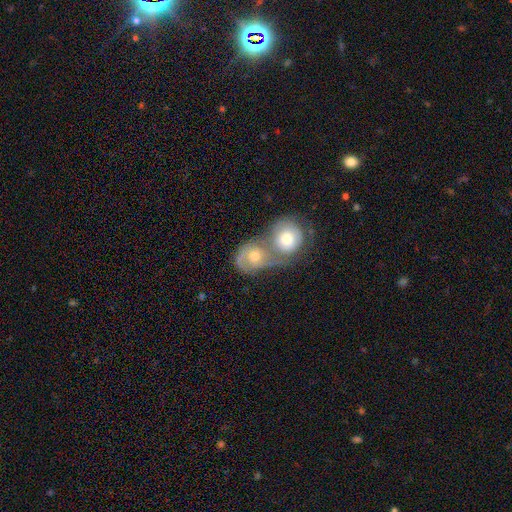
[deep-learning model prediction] Morphology: type=featured or disk (62%); edge-on=no (96%); bar=no (73%); spiral arms=yes (82%); bulge=moderate (68%); merging=merger (70%).